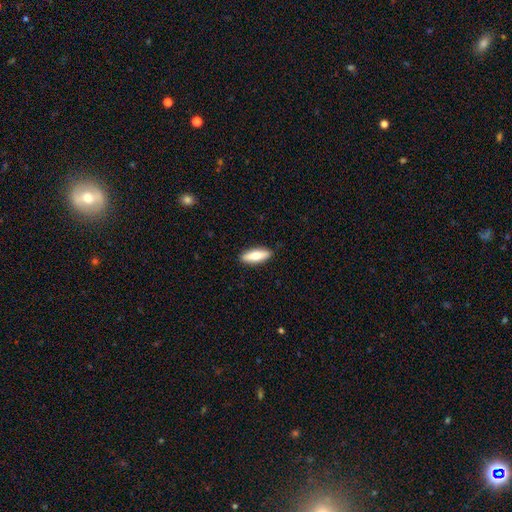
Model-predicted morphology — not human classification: Smooth or featured? Predicted: smooth (p=0.79). How rounded? Predicted: in between (p=0.58). Merging? Predicted: none (p=0.90).